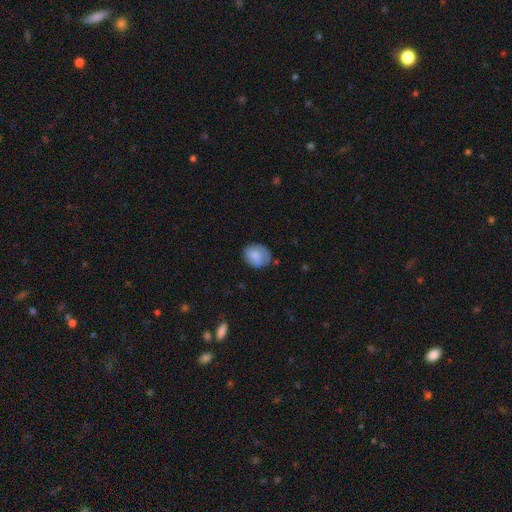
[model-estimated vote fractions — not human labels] Smooth or featured? smooth (78%)
How rounded? round (54%)
Merging? none (63%)